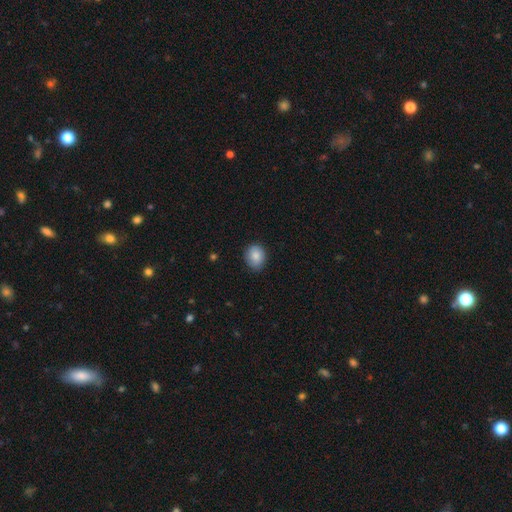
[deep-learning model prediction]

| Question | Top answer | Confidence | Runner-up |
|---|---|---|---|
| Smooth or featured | smooth | 86% | star or artifact (8%) |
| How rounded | round | 52% | in between (47%) |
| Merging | none | 83% | minor disturbance (13%) |